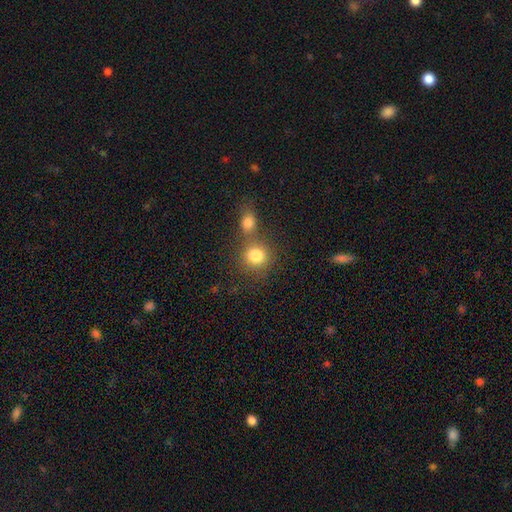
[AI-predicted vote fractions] This is clearly a smooth galaxy (82%). How rounded: clearly round (83%). Merging: possibly none (54%).